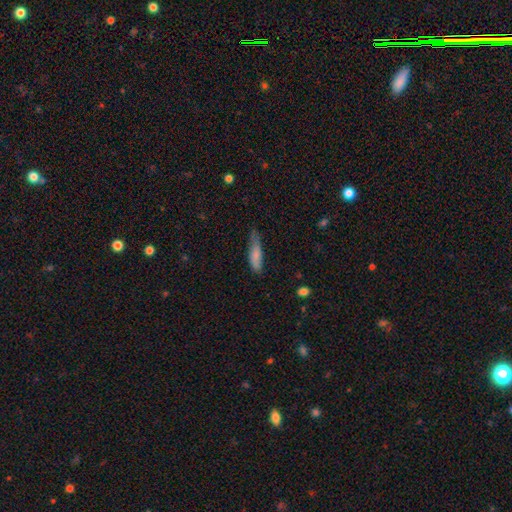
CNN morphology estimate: This is clearly a smooth galaxy (80%). How rounded: likely cigar-shaped (63%). Merging: possibly none (46%).